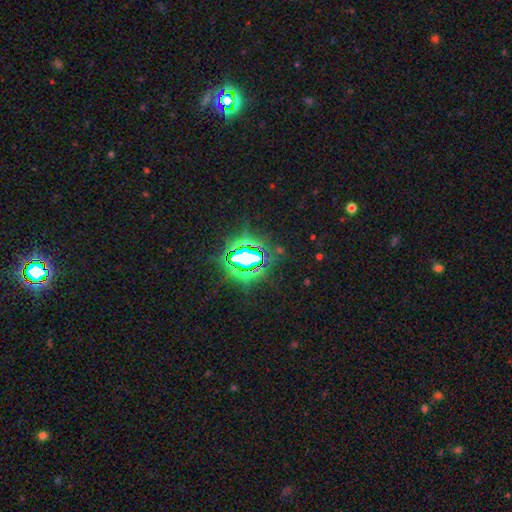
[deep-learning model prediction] smooth_or_featured: star or artifact (p=0.82) [alt: smooth p=0.10]